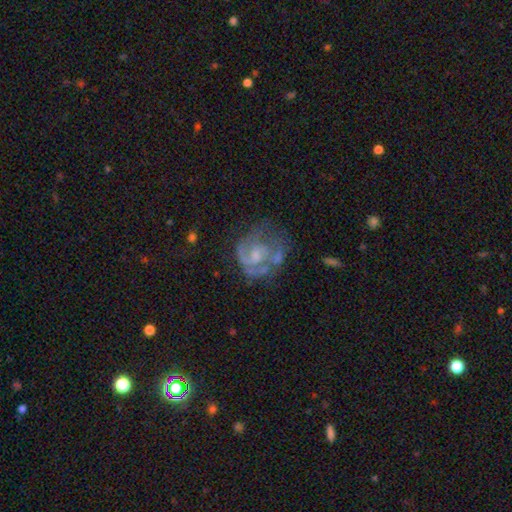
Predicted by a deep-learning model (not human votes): The model was most divided on "bulge size": moderate: 36%, small: 34%, none: 23%, large: 5%, dominant: 1%. Remaining: edge-on disk — no (98%); spiral arms — yes (72%); smooth or featured — featured or disk (72%); bar — no (66%); spiral winding — tight (44%); merging — none (40%); spiral arm count — 2 (34%).